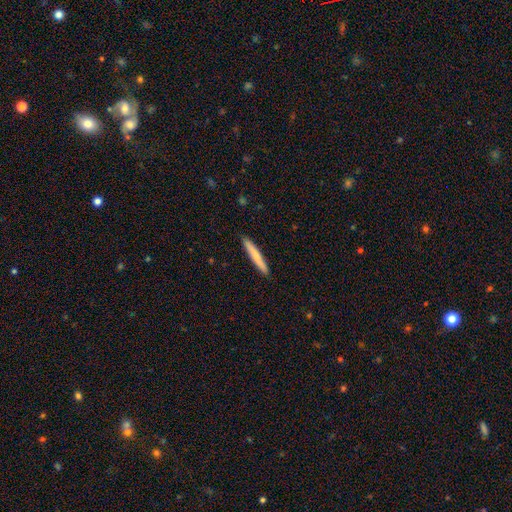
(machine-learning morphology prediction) Smooth or featured? smooth (73%)
How rounded? cigar-shaped (96%)
Merging? none (91%)